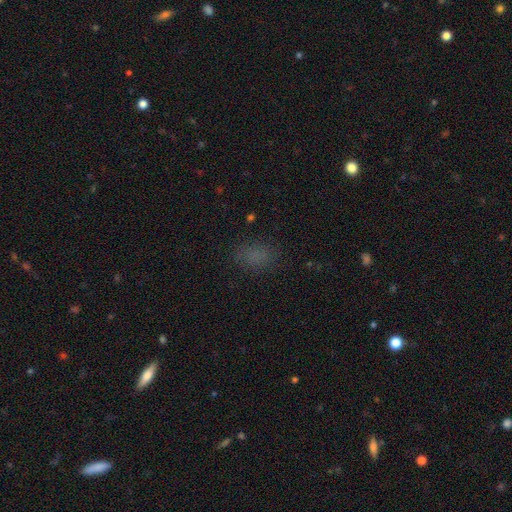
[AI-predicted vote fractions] Smooth or featured: smooth — 72% (star or artifact — 20%)
How rounded: in between — 79% (round — 18%)
Merging: none — 77% (minor disturbance — 15%)